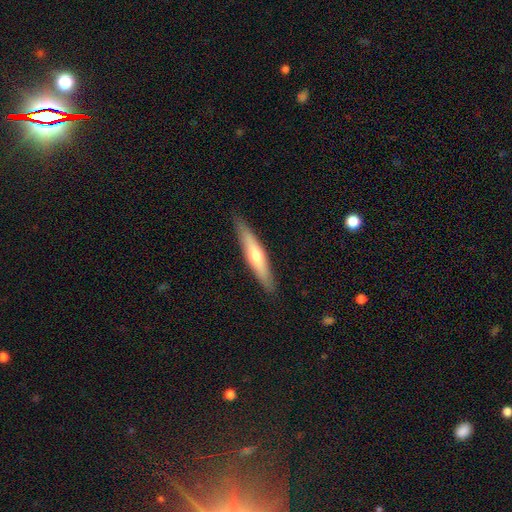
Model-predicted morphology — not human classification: smooth_or_featured: smooth (p=0.49) [alt: featured or disk p=0.45]
merging: none (p=0.89) [alt: minor disturbance p=0.08]